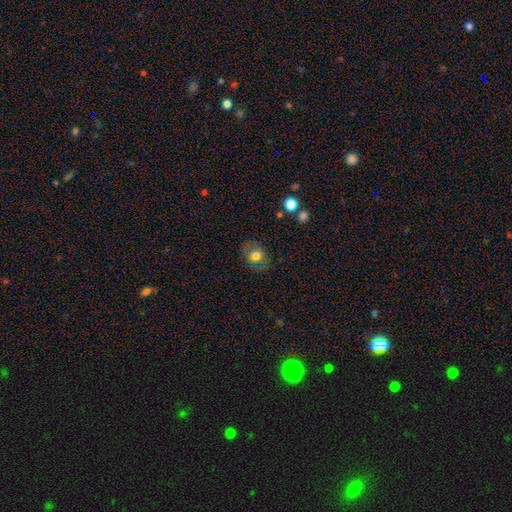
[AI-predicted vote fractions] Smooth or featured? smooth (60%)
How rounded? in between (50%)
Merging? none (81%)